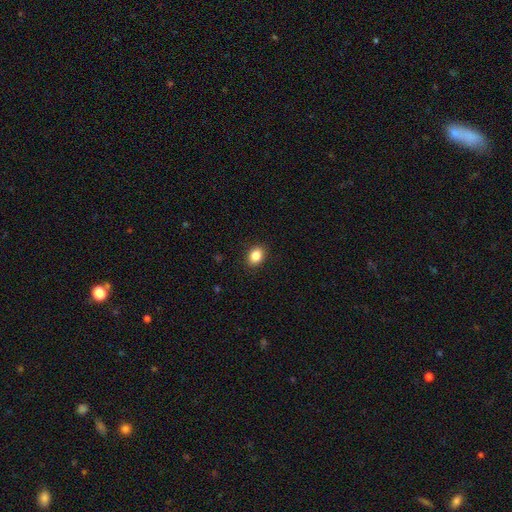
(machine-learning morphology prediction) smooth 86%, star or artifact 9%, featured or disk 5%. Down the decision tree: how rounded — in between (64%); merging — none (89%).